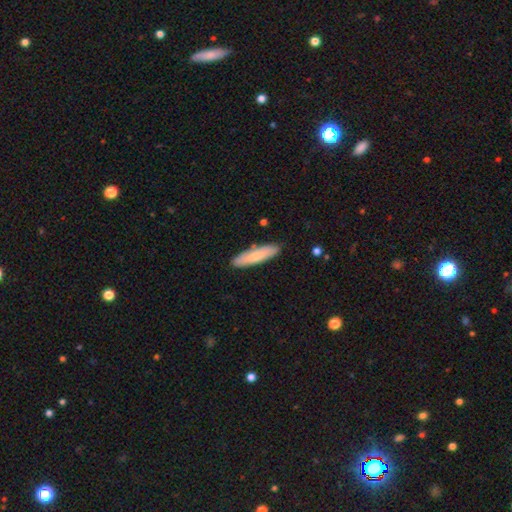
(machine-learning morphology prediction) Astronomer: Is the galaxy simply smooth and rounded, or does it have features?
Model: smooth — 73%.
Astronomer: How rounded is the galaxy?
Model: cigar-shaped — 77%.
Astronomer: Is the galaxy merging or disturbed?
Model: none — 87%.